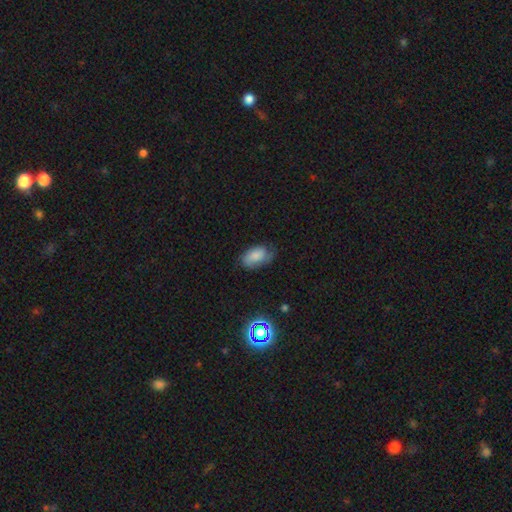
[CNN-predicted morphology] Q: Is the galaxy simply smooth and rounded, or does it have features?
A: smooth — 72%.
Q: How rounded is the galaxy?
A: in between — 92%.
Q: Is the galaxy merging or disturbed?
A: none — 58%.